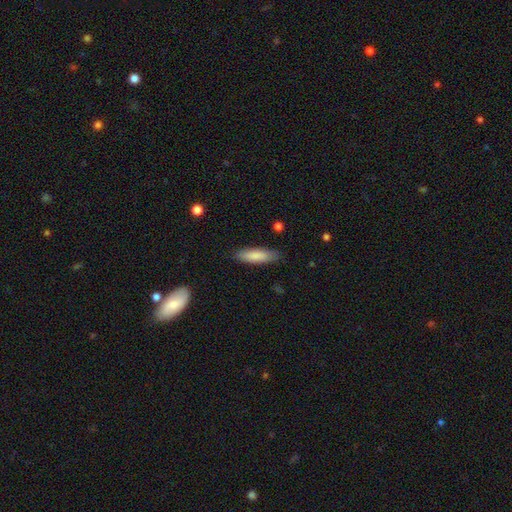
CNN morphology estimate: A smooth galaxy with no disk features (83%) that is cigar-shaped (62%). Merging: none (86%).